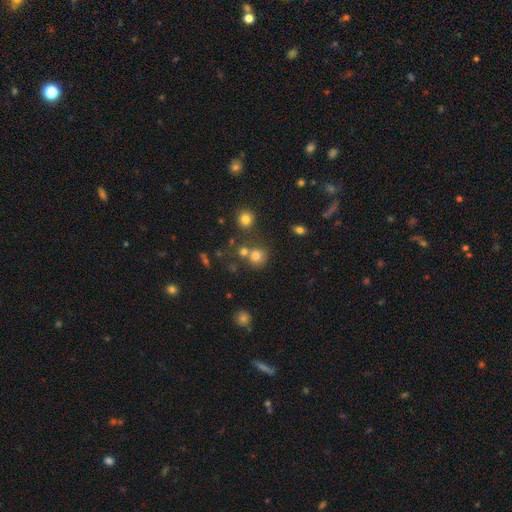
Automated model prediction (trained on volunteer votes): Smooth or featured: smooth — 75% (star or artifact — 16%)
How rounded: round — 85% (in between — 14%)
Merging: none — 61% (merger — 25%)